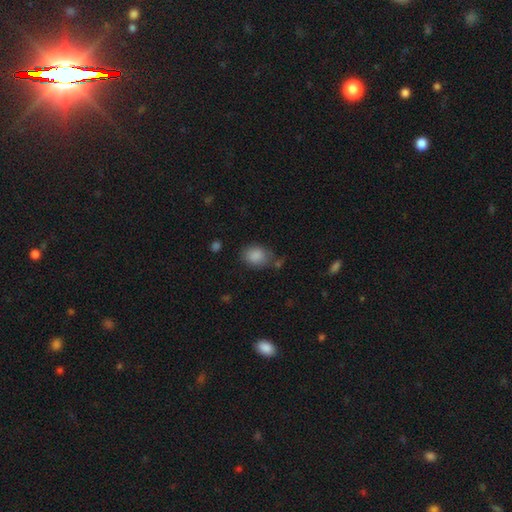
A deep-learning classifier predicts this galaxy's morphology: A smooth galaxy with no disk features (87%) that is in between round and cigar-shaped (54%).

Vote fractions:
- Smooth or featured? smooth: 87% / star or artifact: 8% / featured or disk: 5%
- How rounded? in between: 54% / round: 45% / cigar-shaped: 1%
- Merging? none: 67% / minor disturbance: 20% / major disturbance: 6% / merger: 6%